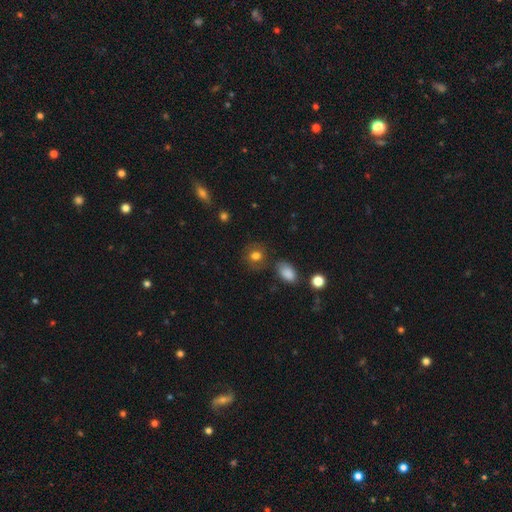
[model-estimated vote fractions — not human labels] A smooth galaxy with no disk features (77%) that is round (70%). Merging: none (76%).